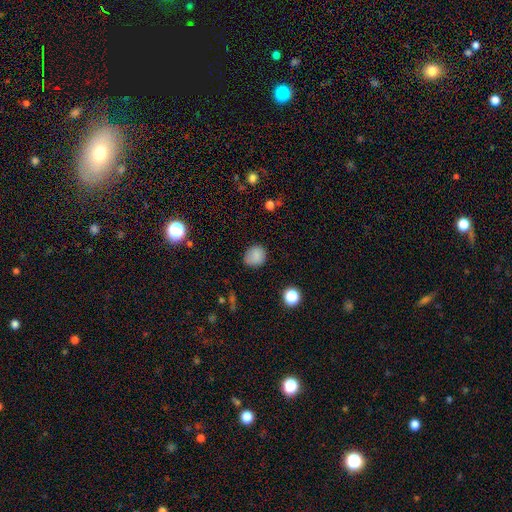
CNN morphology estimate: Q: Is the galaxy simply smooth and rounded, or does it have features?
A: smooth — 84%.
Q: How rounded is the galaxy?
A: round — 72%.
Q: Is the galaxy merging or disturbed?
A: none — 81%.